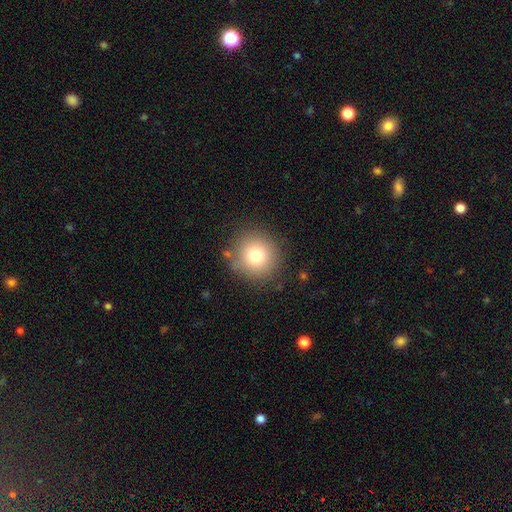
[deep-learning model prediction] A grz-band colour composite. It shows a smooth galaxy with no disk features (77%) that is round (94%). Merging: none (85%).